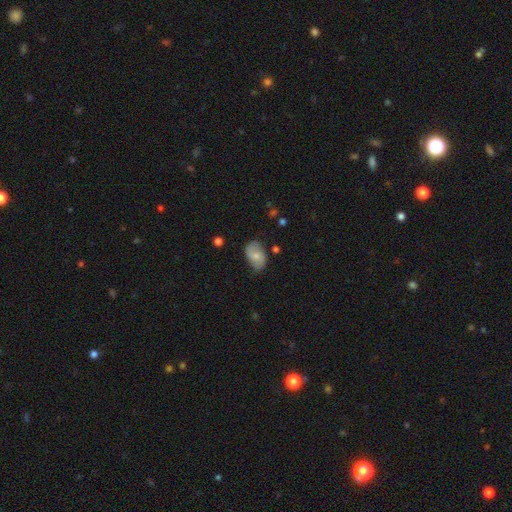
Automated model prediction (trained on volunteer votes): smooth-or-featured: smooth: 53% | featured or disk: 40% | star or artifact: 8%
  how-rounded: in between: 88% | round: 11% | cigar-shaped: 1%
  merging: none: 63% | minor disturbance: 28% | major disturbance: 7% | merger: 2%